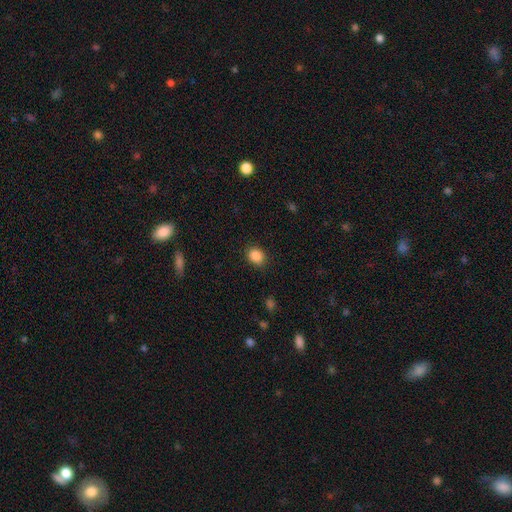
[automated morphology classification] smooth_or_featured: smooth (p=0.87) [alt: star or artifact p=0.10]
how_rounded: round (p=0.60) [alt: in between p=0.39]
merging: none (p=0.87) [alt: minor disturbance p=0.09]